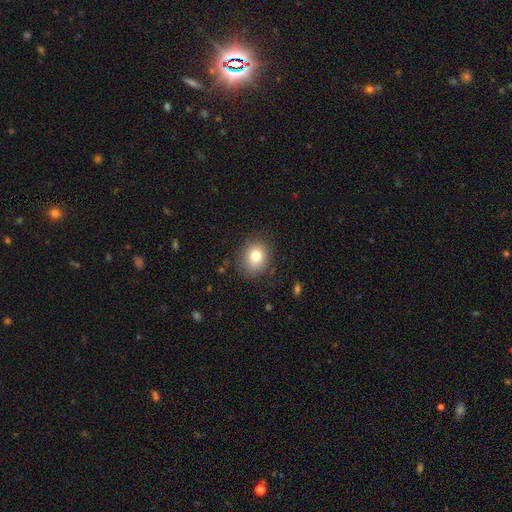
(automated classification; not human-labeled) This appears to be a smooth galaxy with no disk features (79%) that is round (59%). Merging: none (83%).